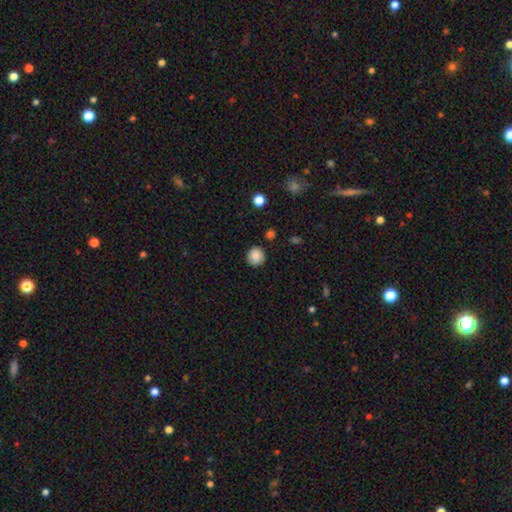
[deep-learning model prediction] This is clearly a smooth galaxy (87%). How rounded: clearly round (92%). Merging: clearly none (87%).